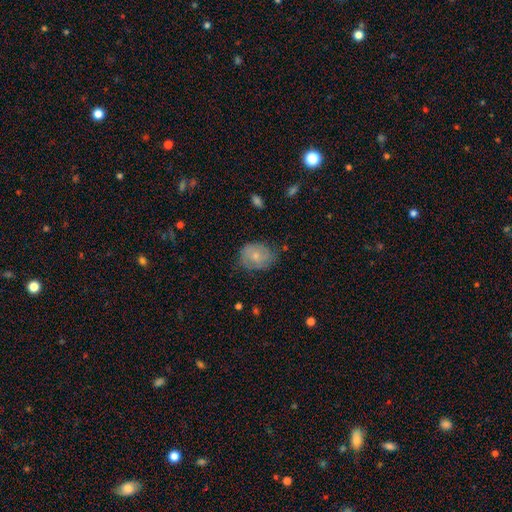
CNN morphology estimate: smooth-or-featured: smooth: 58% | featured or disk: 35% | star or artifact: 7%
  how-rounded: in between: 55% | round: 44% | cigar-shaped: 1%
  merging: none: 65% | minor disturbance: 26% | major disturbance: 7% | merger: 1%